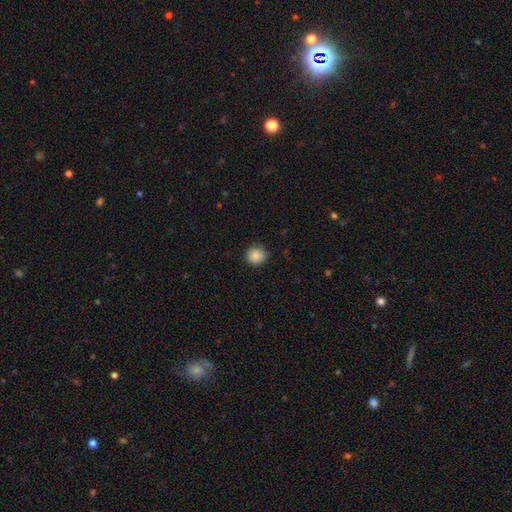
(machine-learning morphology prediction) Smooth or featured?
  - smooth: 88% *
  - star or artifact: 9%
  - featured or disk: 3%
How rounded?
  - round: 91% *
  - in between: 8%
  - cigar-shaped: 1%
Merging?
  - none: 89% *
  - minor disturbance: 8%
  - major disturbance: 2%
  - merger: 1%